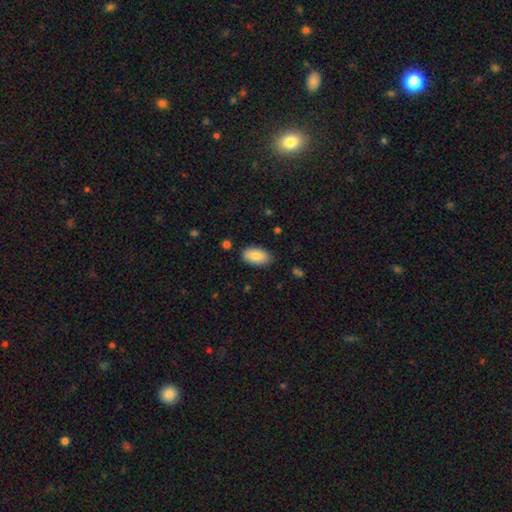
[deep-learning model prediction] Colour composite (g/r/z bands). It shows a smooth galaxy with no disk features (86%) that is in between round and cigar-shaped (94%). Merging: none (83%).